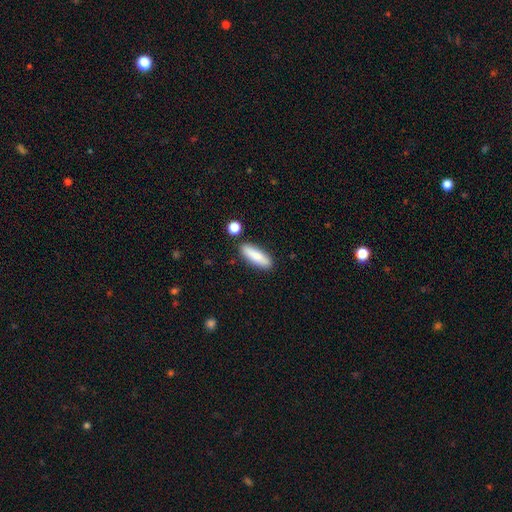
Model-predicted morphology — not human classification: Smooth or featured?
  - smooth: 82% *
  - featured or disk: 12%
  - star or artifact: 6%
How rounded?
  - cigar-shaped: 53% *
  - in between: 45%
  - round: 2%
Merging?
  - none: 84% *
  - minor disturbance: 9%
  - merger: 4%
  - major disturbance: 2%